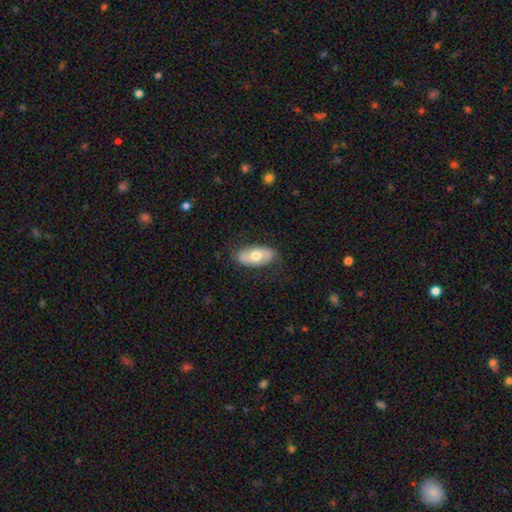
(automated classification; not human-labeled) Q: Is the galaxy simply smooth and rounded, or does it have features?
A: smooth — 53%.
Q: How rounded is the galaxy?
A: in between — 91%.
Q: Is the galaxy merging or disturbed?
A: none — 78%.